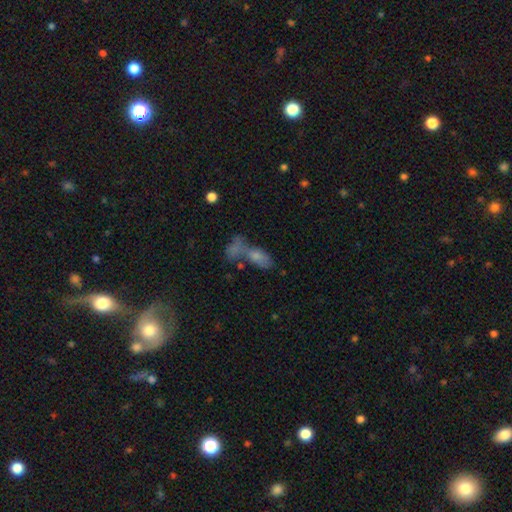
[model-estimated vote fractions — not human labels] Smooth or featured?
  - smooth: 54% *
  - featured or disk: 25%
  - star or artifact: 21%
How rounded?
  - in between: 74% *
  - cigar-shaped: 16%
  - round: 10%
Merging?
  - merger: 46% *
  - none: 34%
  - minor disturbance: 11%
  - major disturbance: 9%